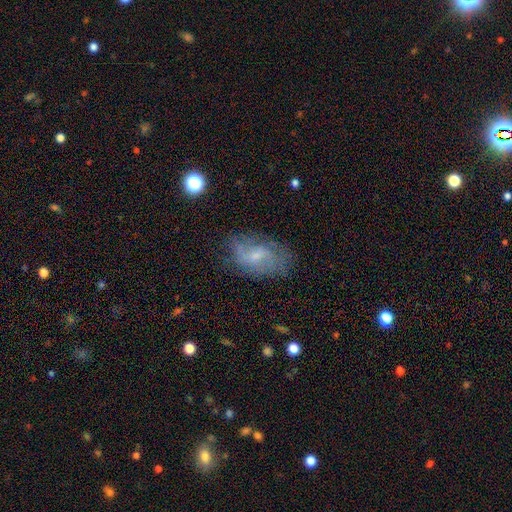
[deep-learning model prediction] smooth_or_featured: featured or disk (p=0.58) [alt: smooth p=0.33]
disk_edge_on: no (p=0.95) [alt: yes p=0.05]
bar: weak (p=0.48) [alt: no p=0.43]
has_spiral_arms: yes (p=0.73) [alt: no p=0.27]
bulge_size: small (p=0.61) [alt: moderate p=0.25]
merging: none (p=0.61) [alt: minor disturbance p=0.24]